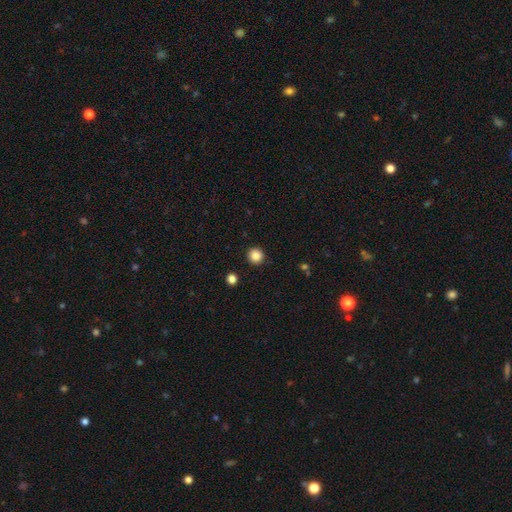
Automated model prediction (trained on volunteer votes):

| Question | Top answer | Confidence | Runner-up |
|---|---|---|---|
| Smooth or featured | smooth | 87% | star or artifact (10%) |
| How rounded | round | 95% | in between (4%) |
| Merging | none | 92% | minor disturbance (5%) |